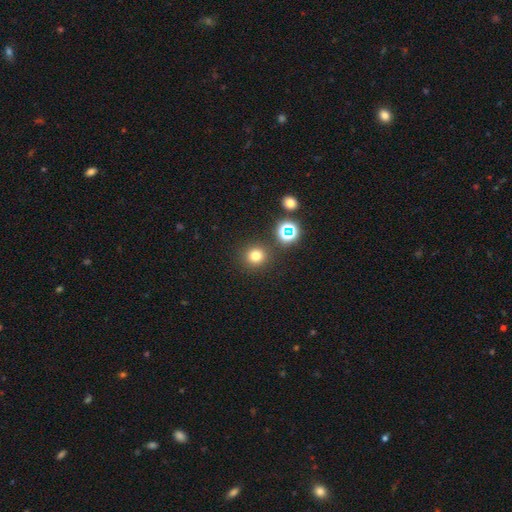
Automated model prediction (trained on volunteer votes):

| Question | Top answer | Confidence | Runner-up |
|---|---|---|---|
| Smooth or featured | smooth | 74% | star or artifact (20%) |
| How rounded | round | 92% | in between (7%) |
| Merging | none | 88% | minor disturbance (6%) |